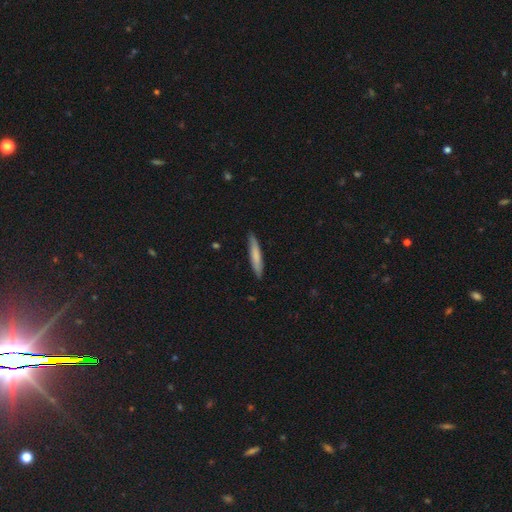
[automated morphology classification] Smooth or featured: smooth — 75% (featured or disk — 20%)
How rounded: cigar-shaped — 91% (in between — 7%)
Merging: none — 88% (minor disturbance — 9%)